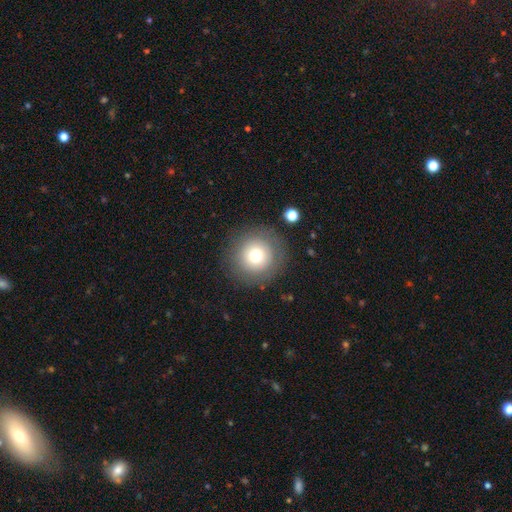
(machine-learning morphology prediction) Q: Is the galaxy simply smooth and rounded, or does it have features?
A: smooth — 73%.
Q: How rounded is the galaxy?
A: round — 95%.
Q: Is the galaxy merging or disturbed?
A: none — 86%.